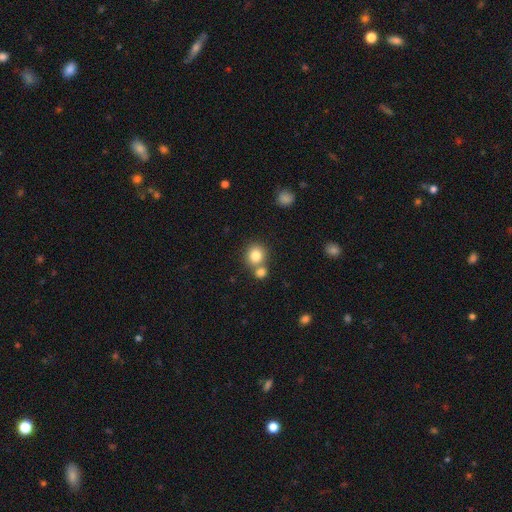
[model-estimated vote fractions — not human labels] Smooth or featured: smooth — 82% (star or artifact — 10%)
How rounded: round — 85% (in between — 14%)
Merging: none — 55% (merger — 35%)